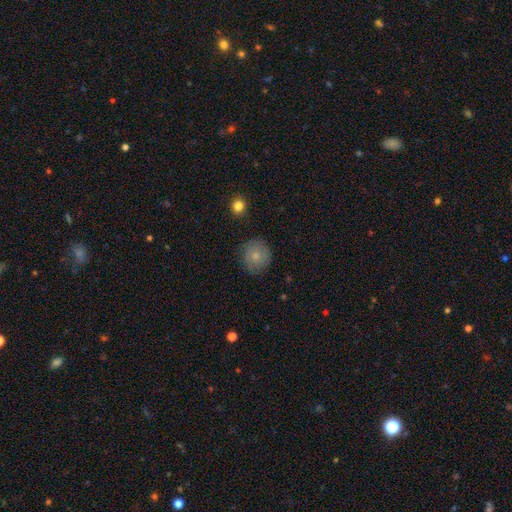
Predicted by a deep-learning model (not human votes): The model was most divided on "smooth or featured": smooth: 73%, featured or disk: 19%, star or artifact: 8%. More confident: how rounded — round (88%); merging — none (82%).